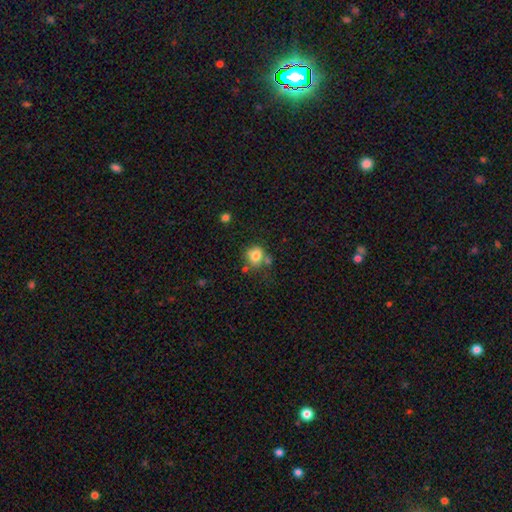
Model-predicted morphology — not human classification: Smooth or featured: smooth — 78% (star or artifact — 11%)
How rounded: round — 76% (in between — 23%)
Merging: none — 60% (minor disturbance — 18%)